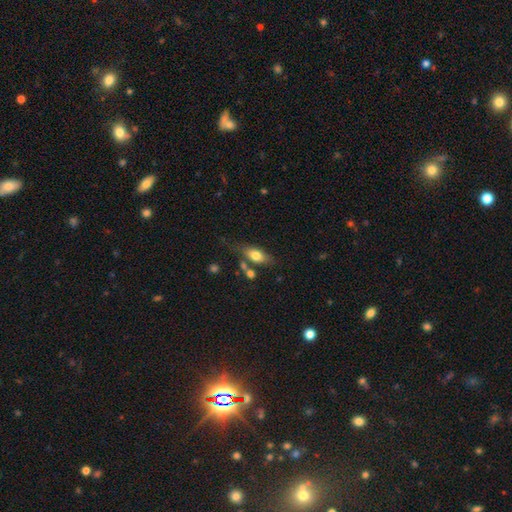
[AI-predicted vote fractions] Morphology: type=smooth (73%); roundness=in between (81%); merging=none (58%).